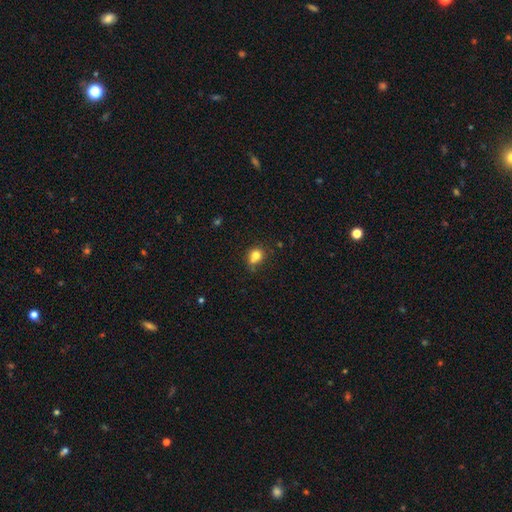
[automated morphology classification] Smooth or featured? smooth (77%)
How rounded? round (69%)
Merging? none (50%)